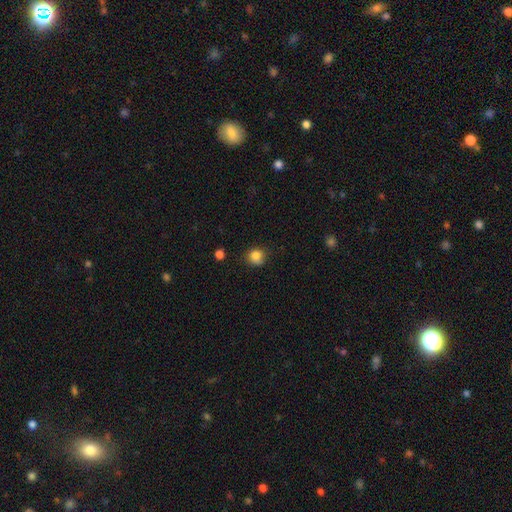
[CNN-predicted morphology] Smooth or featured?
  - smooth: 83% *
  - star or artifact: 11%
  - featured or disk: 6%
How rounded?
  - round: 82% *
  - in between: 17%
  - cigar-shaped: 1%
Merging?
  - none: 70% *
  - minor disturbance: 23%
  - major disturbance: 5%
  - merger: 2%